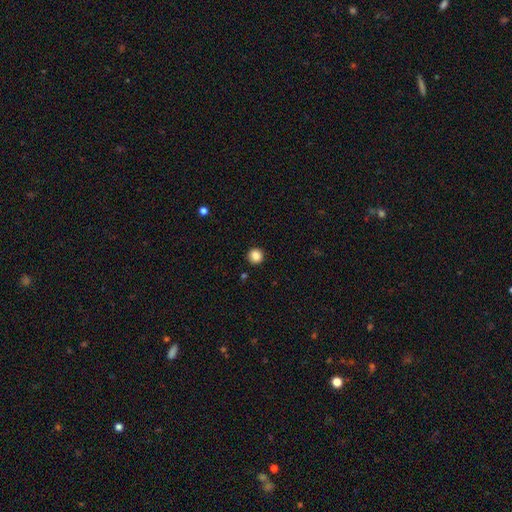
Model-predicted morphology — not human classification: smooth 87%, star or artifact 10%, featured or disk 3%. Down the decision tree: how rounded — round (94%); merging — none (92%).